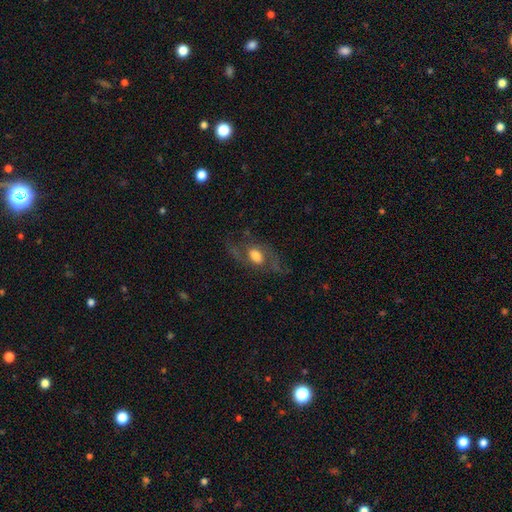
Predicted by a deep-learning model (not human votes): Q: Smooth or featured?
A: featured or disk (55%); runner-up: smooth (36%)
Q: Edge-on disk?
A: no (85%); runner-up: yes (15%)
Q: Merging?
A: none (61%); runner-up: minor disturbance (19%)